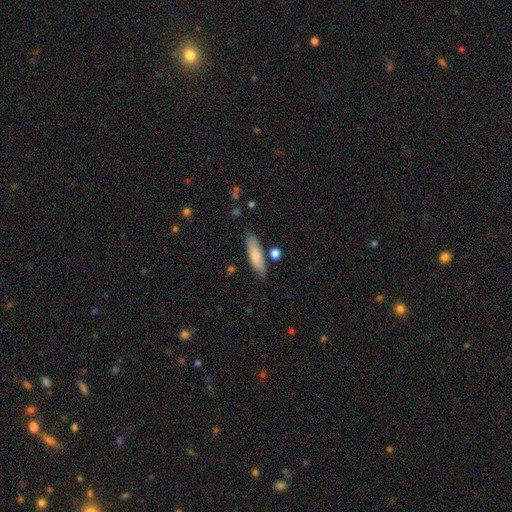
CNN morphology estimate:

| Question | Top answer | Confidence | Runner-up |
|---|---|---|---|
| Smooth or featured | smooth | 76% | featured or disk (18%) |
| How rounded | cigar-shaped | 68% | in between (31%) |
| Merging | none | 80% | minor disturbance (13%) |